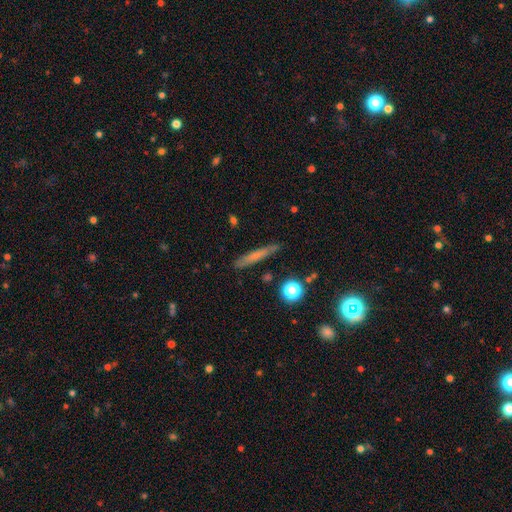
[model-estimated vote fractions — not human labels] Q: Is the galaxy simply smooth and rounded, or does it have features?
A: smooth — 55%.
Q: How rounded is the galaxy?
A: cigar-shaped — 91%.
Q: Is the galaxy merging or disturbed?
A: none — 86%.